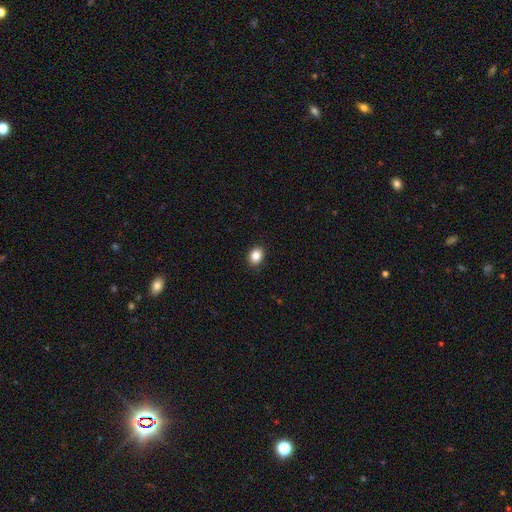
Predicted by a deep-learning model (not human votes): Smooth or featured?
  - smooth: 85% *
  - star or artifact: 10%
  - featured or disk: 5%
How rounded?
  - in between: 54% *
  - round: 45%
  - cigar-shaped: 1%
Merging?
  - none: 90% *
  - minor disturbance: 7%
  - major disturbance: 2%
  - merger: 1%